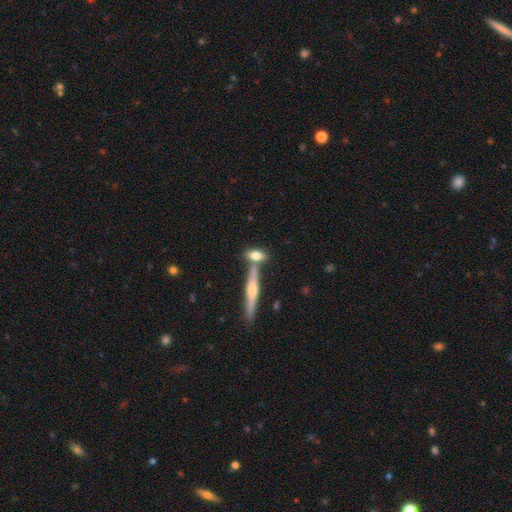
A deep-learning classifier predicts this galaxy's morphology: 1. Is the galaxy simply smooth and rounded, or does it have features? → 71% smooth, 22% featured or disk, 7% star or artifact.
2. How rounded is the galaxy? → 66% in between, 27% cigar-shaped, 7% round.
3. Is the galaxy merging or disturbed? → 55% none, 29% merger, 12% minor disturbance, 4% major disturbance.